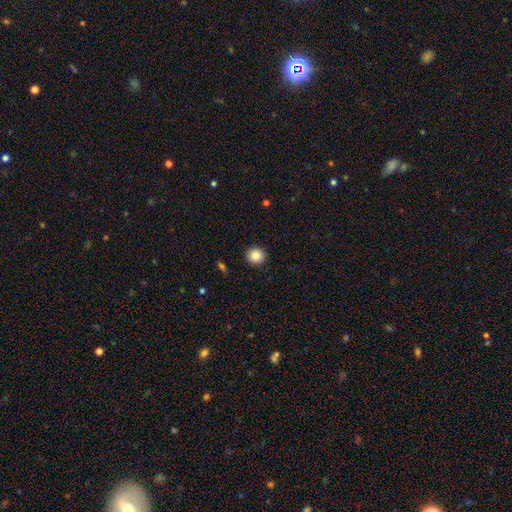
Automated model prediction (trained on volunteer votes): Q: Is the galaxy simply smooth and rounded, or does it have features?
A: smooth — 85%.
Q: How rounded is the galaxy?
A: round — 93%.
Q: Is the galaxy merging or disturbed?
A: none — 93%.